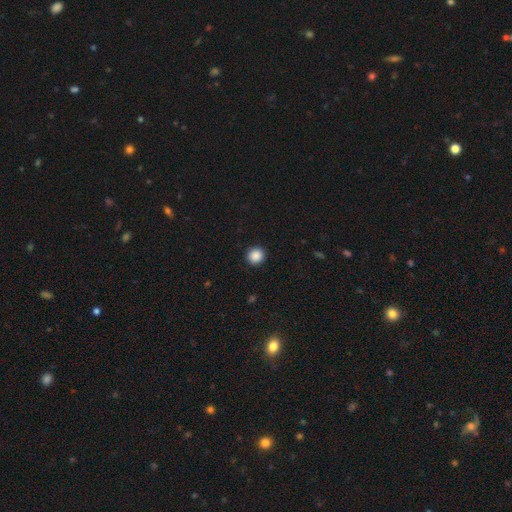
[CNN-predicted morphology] Smooth or featured: smooth — 88% (star or artifact — 9%)
How rounded: round — 93% (in between — 6%)
Merging: none — 92% (minor disturbance — 5%)